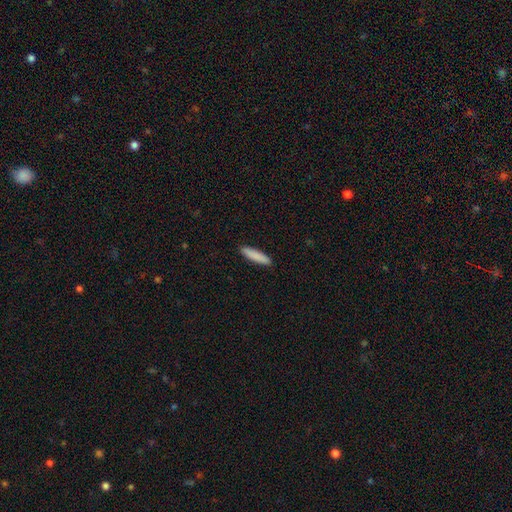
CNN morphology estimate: smooth_or_featured: smooth (p=0.87) [alt: featured or disk p=0.07]
how_rounded: cigar-shaped (p=0.83) [alt: in between p=0.15]
merging: none (p=0.91) [alt: minor disturbance p=0.06]